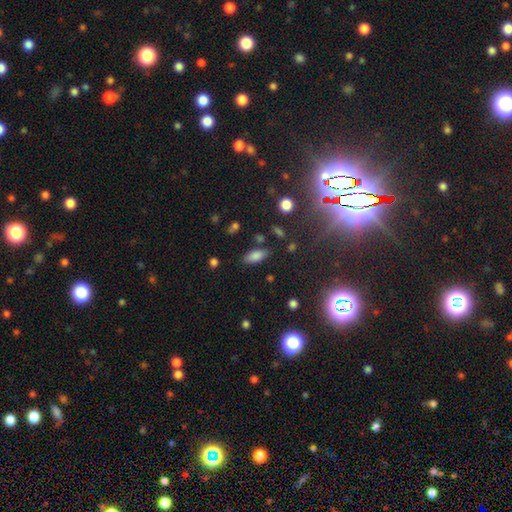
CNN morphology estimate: Smooth or featured? smooth (80%)
How rounded? in between (82%)
Merging? none (81%)